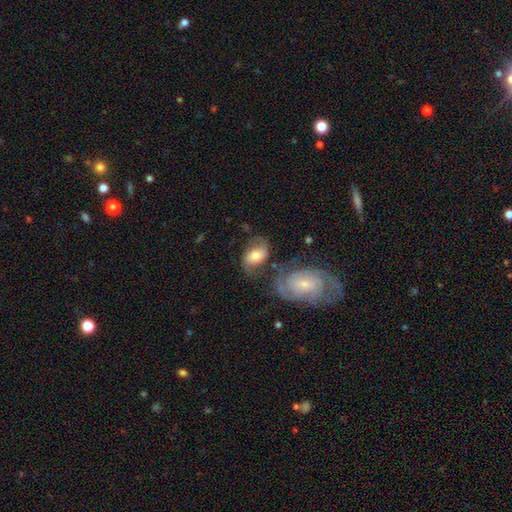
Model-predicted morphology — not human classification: Smooth or featured?
  - featured or disk: 52% *
  - smooth: 41%
  - star or artifact: 7%
Edge-on disk?
  - no: 95% *
  - yes: 5%
Merging?
  - none: 48% *
  - minor disturbance: 20%
  - merger: 20%
  - major disturbance: 12%